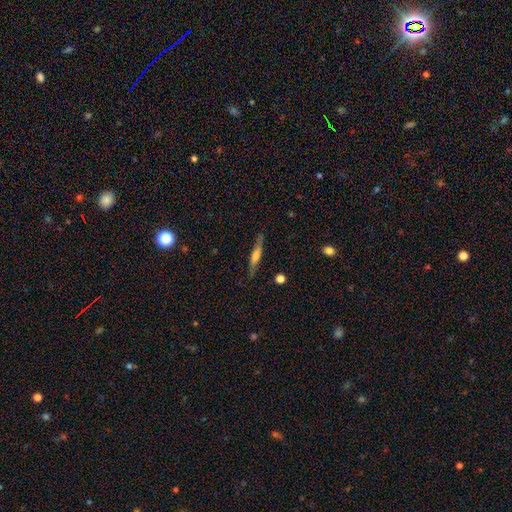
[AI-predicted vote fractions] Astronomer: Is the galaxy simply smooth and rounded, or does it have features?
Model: featured or disk — 52% (runner-up: smooth, 41%).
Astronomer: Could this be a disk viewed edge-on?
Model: yes — 94%.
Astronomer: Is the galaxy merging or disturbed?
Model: none — 85%.